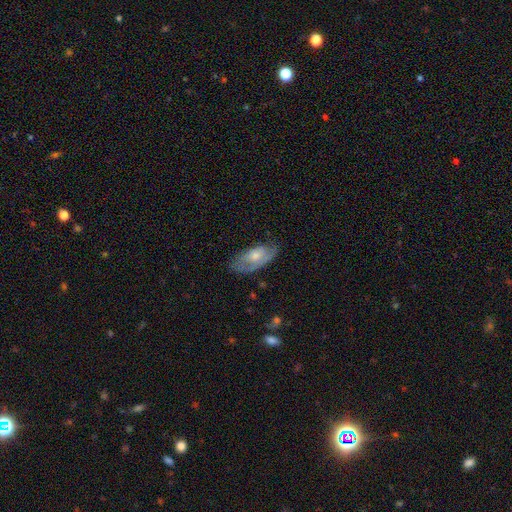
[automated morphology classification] Smooth or featured: featured or disk — 56% (smooth — 36%)
Edge-on disk: no — 87% (yes — 13%)
Merging: none — 64% (minor disturbance — 25%)